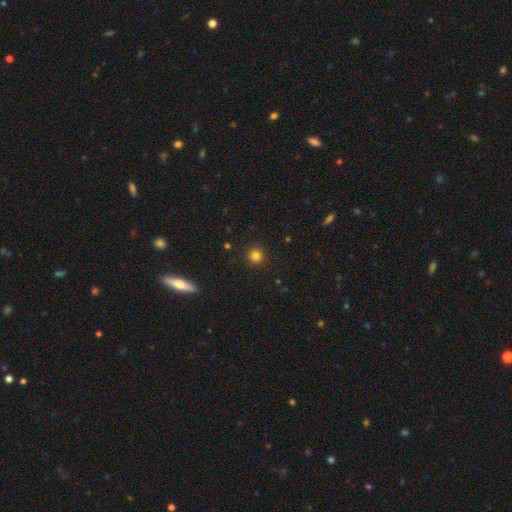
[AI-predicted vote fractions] Smooth or featured? smooth (82%)
How rounded? round (93%)
Merging? none (91%)